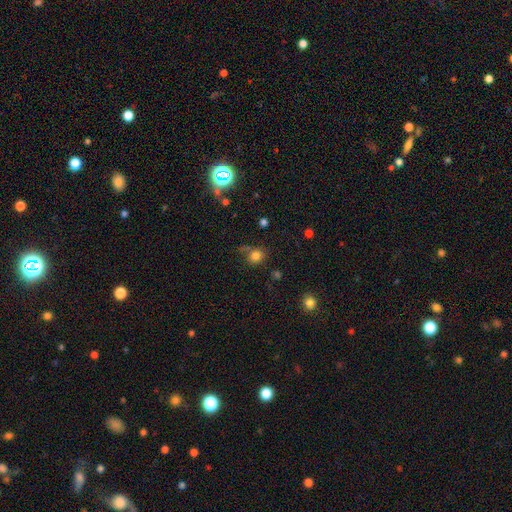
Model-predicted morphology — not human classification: A smooth galaxy with no disk features (79%) that is round (78%).

Vote fractions:
- Smooth or featured? smooth: 79% / star or artifact: 14% / featured or disk: 7%
- How rounded? round: 78% / in between: 21% / cigar-shaped: 1%
- Merging? none: 67% / minor disturbance: 17% / major disturbance: 8% / merger: 8%